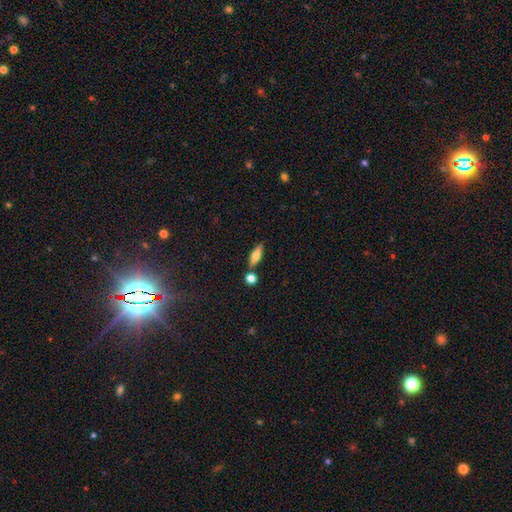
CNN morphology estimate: smooth_or_featured: smooth (p=0.67) [alt: featured or disk p=0.26]
how_rounded: in between (p=0.52) [alt: cigar-shaped p=0.44]
merging: none (p=0.73) [alt: merger p=0.13]